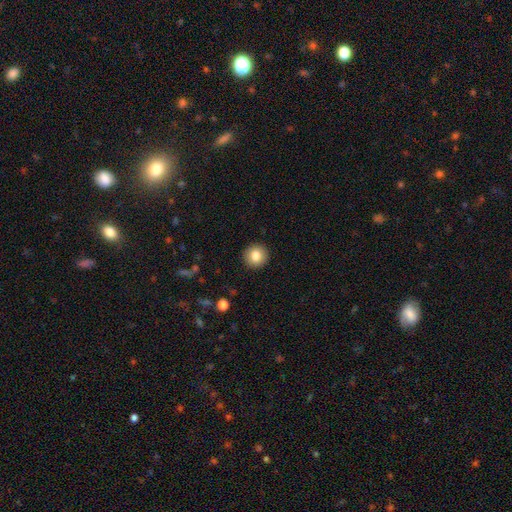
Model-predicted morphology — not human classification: smooth 83%, star or artifact 9%, featured or disk 8%. Down the decision tree: how rounded — round (94%); merging — none (93%).